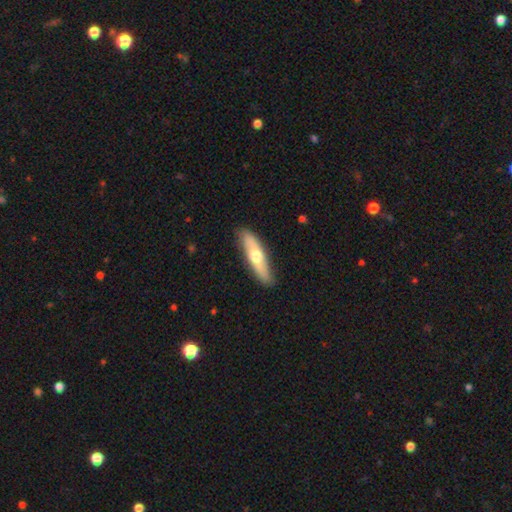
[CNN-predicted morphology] A smooth galaxy with no disk features (54%) that is cigar-shaped (69%).

Vote fractions:
- Smooth or featured? smooth: 54% / featured or disk: 41% / star or artifact: 5%
- How rounded? cigar-shaped: 69% / in between: 29% / round: 2%
- Merging? none: 86% / minor disturbance: 11% / major disturbance: 2% / merger: 1%